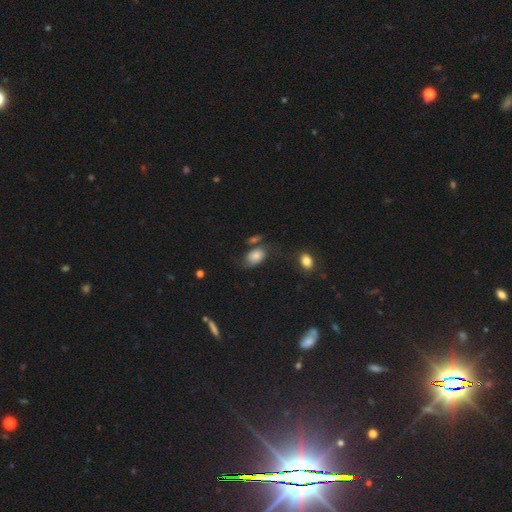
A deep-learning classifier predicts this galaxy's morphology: This appears to be a smooth galaxy with no disk features (72%) that is in between round and cigar-shaped (86%). Merging: none (47%).